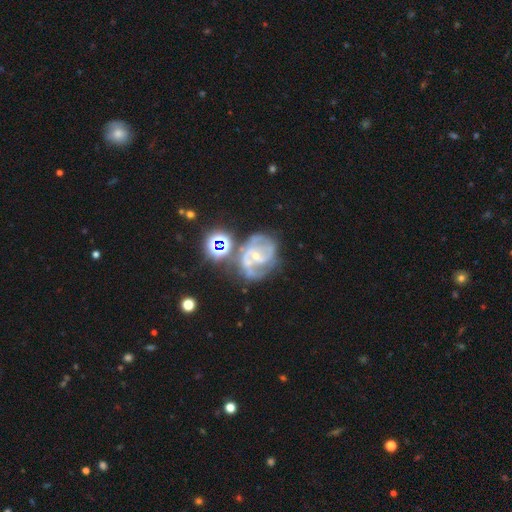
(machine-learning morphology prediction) A featured or disk galaxy (82%) with no bar (46%), 2 (49%) medium (48%) spiral arms (92%) and a small central bulge (69%). Merging: none (48%).